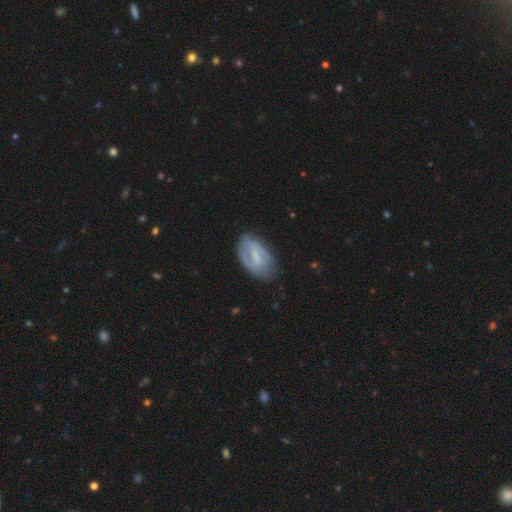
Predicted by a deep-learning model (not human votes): Smooth or featured?
  - featured or disk: 69% *
  - smooth: 24%
  - star or artifact: 6%
Edge-on disk?
  - no: 96% *
  - yes: 4%
Bar?
  - weak: 53% *
  - strong: 31%
  - no: 16%
Spiral arms?
  - yes: 83% *
  - no: 17%
Spiral winding?
  - medium: 42% *
  - tight: 31%
  - loose: 27%
Spiral arm count?
  - 2: 69% *
  - can't tell: 19%
  - 1: 6%
  - 3: 3%
  - 4: 1%
  - more than 4: 1%
Bulge size?
  - small: 44% *
  - none: 29%
  - moderate: 24%
  - large: 2%
  - dominant: 1%
Merging?
  - none: 70% *
  - minor disturbance: 22%
  - major disturbance: 7%
  - merger: 2%